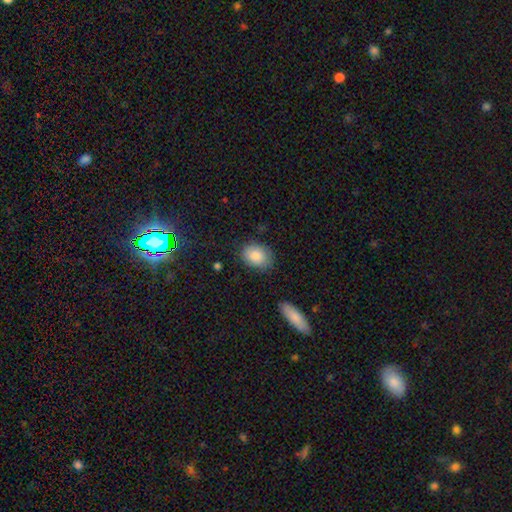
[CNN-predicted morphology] Smooth or featured?
  - smooth: 86% *
  - star or artifact: 7%
  - featured or disk: 7%
How rounded?
  - in between: 64% *
  - round: 35%
  - cigar-shaped: 1%
Merging?
  - none: 76% *
  - minor disturbance: 18%
  - major disturbance: 4%
  - merger: 2%